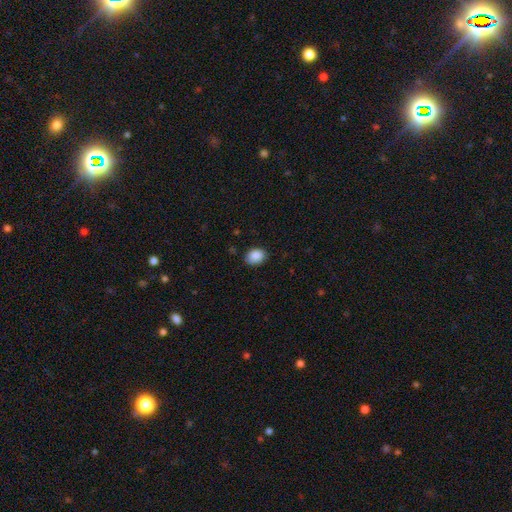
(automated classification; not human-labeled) Overall: smooth (88%). How rounded: in between (61%; round 38%). Merging: none (84%).